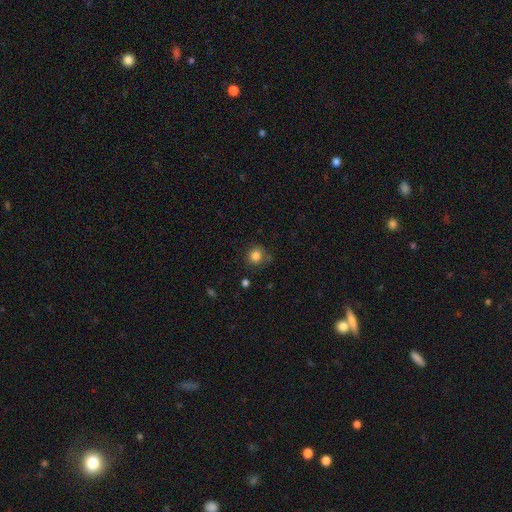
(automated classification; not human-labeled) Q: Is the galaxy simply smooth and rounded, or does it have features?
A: smooth — 83%.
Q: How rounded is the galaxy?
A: round — 87%.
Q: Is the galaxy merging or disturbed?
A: none — 79%.